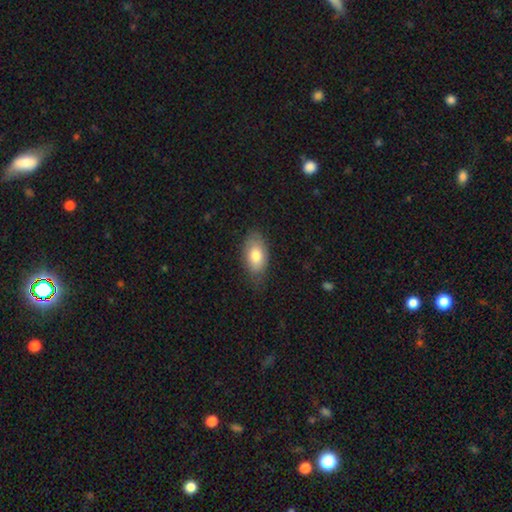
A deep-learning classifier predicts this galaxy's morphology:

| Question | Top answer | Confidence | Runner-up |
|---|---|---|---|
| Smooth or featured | smooth | 77% | featured or disk (16%) |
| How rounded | in between | 92% | round (6%) |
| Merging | none | 68% | minor disturbance (25%) |